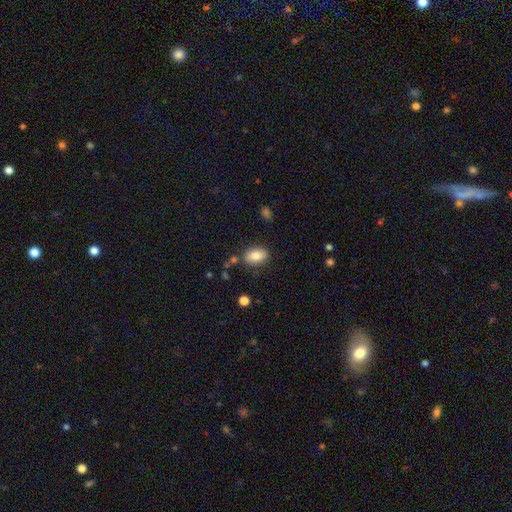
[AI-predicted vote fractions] This appears to be a smooth galaxy with no disk features (82%) that is in between round and cigar-shaped (85%). Merging: none (78%).